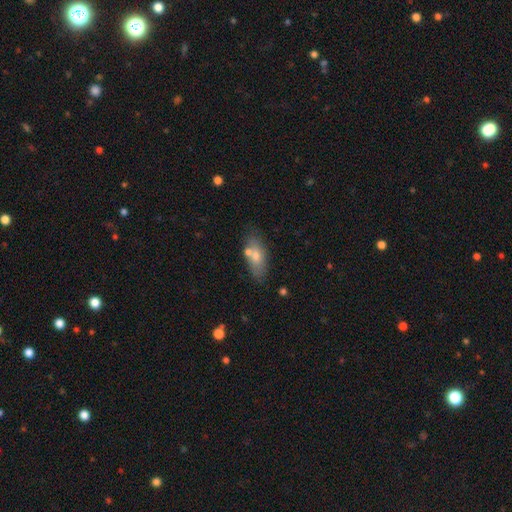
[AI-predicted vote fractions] This is likely a smooth galaxy (65%). How rounded: likely in between (77%). Merging: likely none (69%).